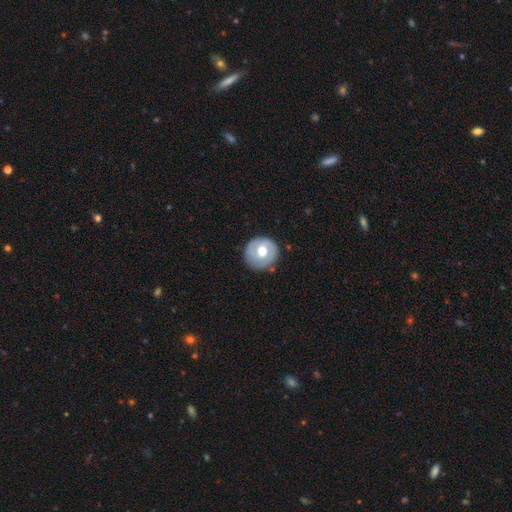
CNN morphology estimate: The model was most divided on "smooth or featured": smooth: 50%, featured or disk: 42%, star or artifact: 8%. More confident: how rounded — round (94%); merging — none (86%).